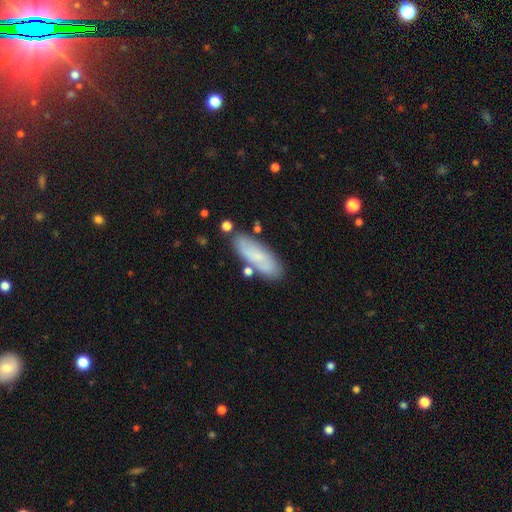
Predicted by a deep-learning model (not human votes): A smooth galaxy with no disk features (67%) that is in between round and cigar-shaped (60%).

Vote fractions:
- Smooth or featured? smooth: 67% / featured or disk: 25% / star or artifact: 8%
- How rounded? in between: 60% / cigar-shaped: 38% / round: 2%
- Merging? none: 76% / minor disturbance: 15% / merger: 6% / major disturbance: 3%